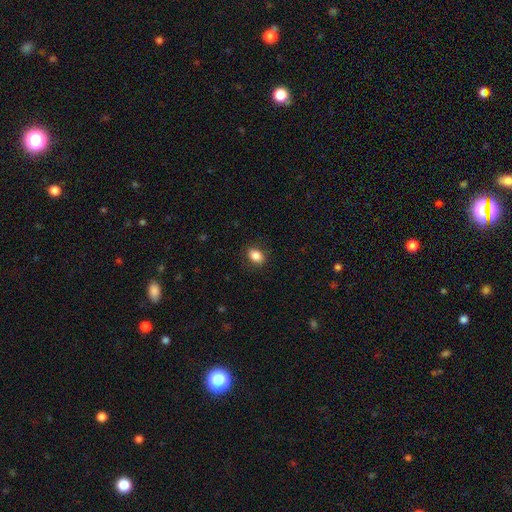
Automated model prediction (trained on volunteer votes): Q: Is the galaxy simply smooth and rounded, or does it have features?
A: smooth — 86%.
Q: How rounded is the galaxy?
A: in between — 75%.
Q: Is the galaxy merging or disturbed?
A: none — 86%.